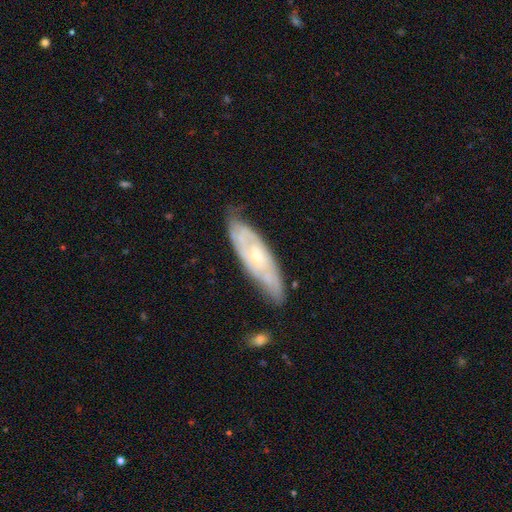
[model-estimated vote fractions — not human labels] smooth_or_featured: featured or disk (p=0.71) [alt: smooth p=0.23]
disk_edge_on: no (p=0.77) [alt: yes p=0.23]
bar: no (p=0.73) [alt: weak p=0.22]
has_spiral_arms: yes (p=0.81) [alt: no p=0.19]
bulge_size: small (p=0.66) [alt: moderate p=0.29]
merging: none (p=0.68) [alt: minor disturbance p=0.24]